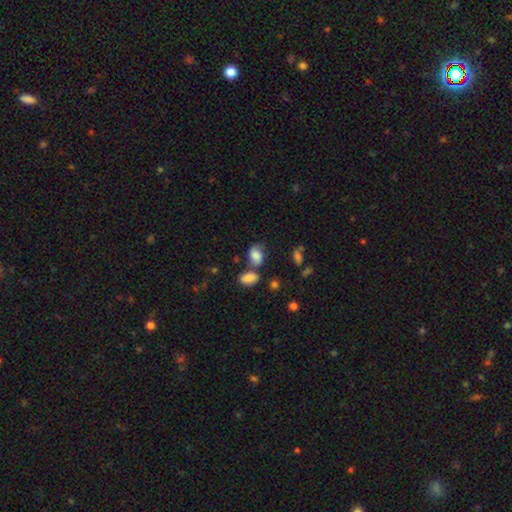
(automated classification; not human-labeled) smooth_or_featured: smooth (p=0.75) [alt: featured or disk p=0.15]
how_rounded: in between (p=0.76) [alt: round p=0.23]
merging: none (p=0.43) [alt: merger p=0.25]